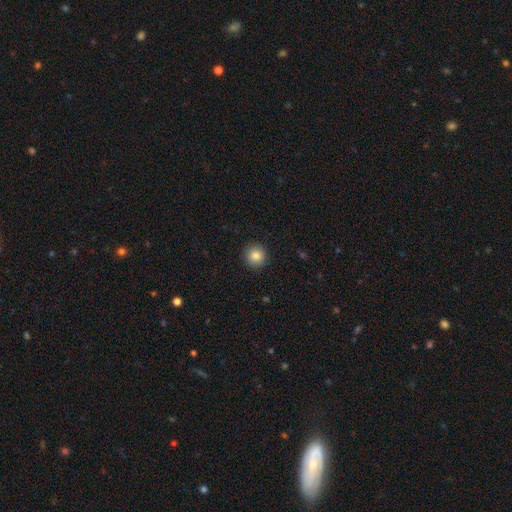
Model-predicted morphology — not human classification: smooth 85%, star or artifact 10%, featured or disk 6%. Down the decision tree: how rounded — round (94%); merging — none (92%).